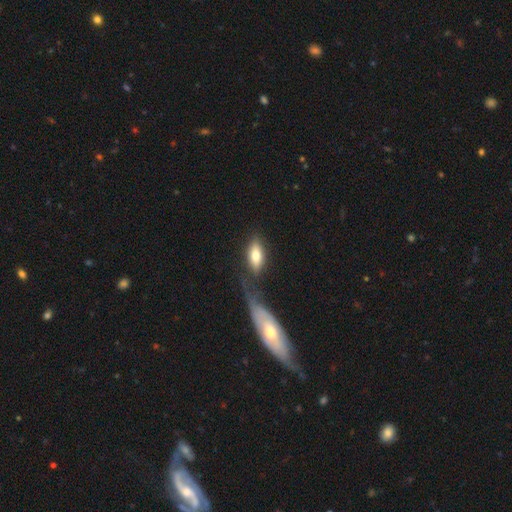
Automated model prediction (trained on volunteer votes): Smooth or featured? smooth (74%)
How rounded? in between (82%)
Merging? none (61%)